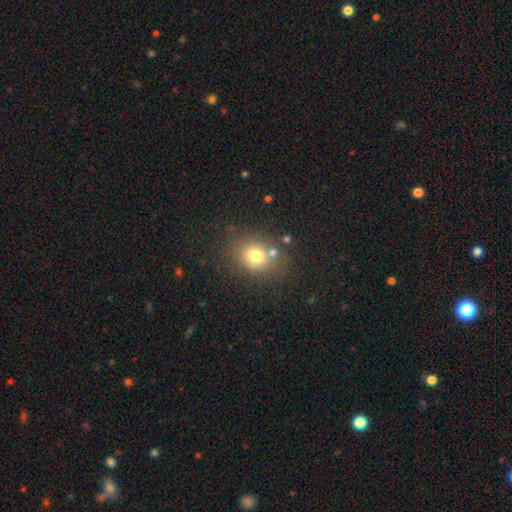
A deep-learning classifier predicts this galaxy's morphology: Smooth or featured? smooth (73%)
How rounded? round (62%)
Merging? none (70%)